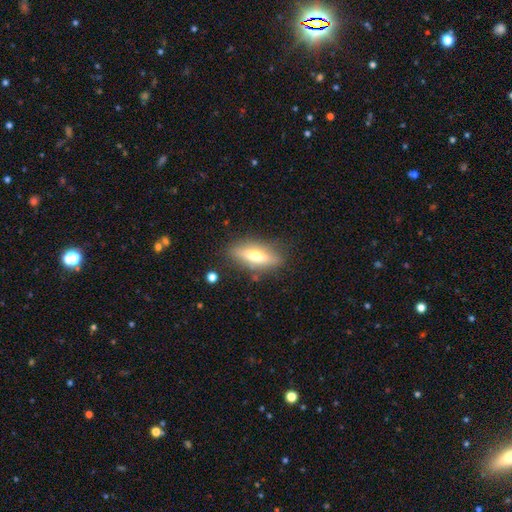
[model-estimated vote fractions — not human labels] smooth 51%, featured or disk 42%, star or artifact 7%. Down the decision tree: how rounded — in between (52%); merging — none (81%).